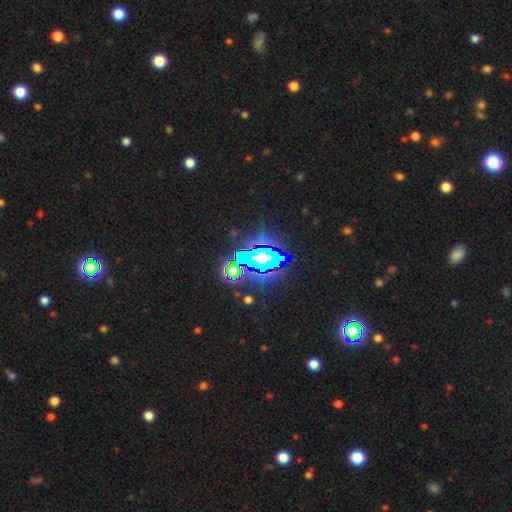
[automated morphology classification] The model was most divided on "smooth or featured": star or artifact: 79%, smooth: 11%, featured or disk: 10%.